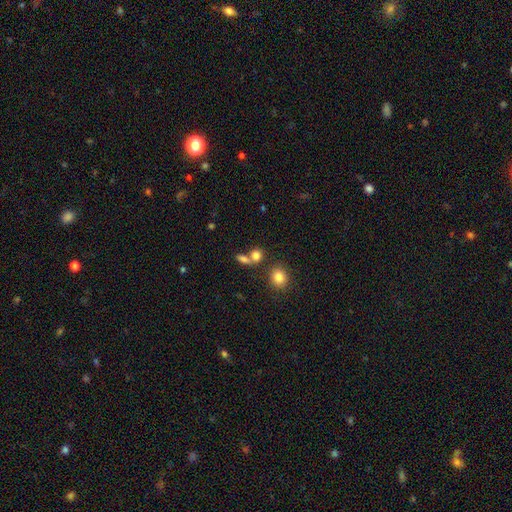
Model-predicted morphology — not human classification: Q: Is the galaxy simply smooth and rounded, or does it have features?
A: smooth — 80%.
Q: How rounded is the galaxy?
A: round — 55%.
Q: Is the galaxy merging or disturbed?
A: none — 49%.